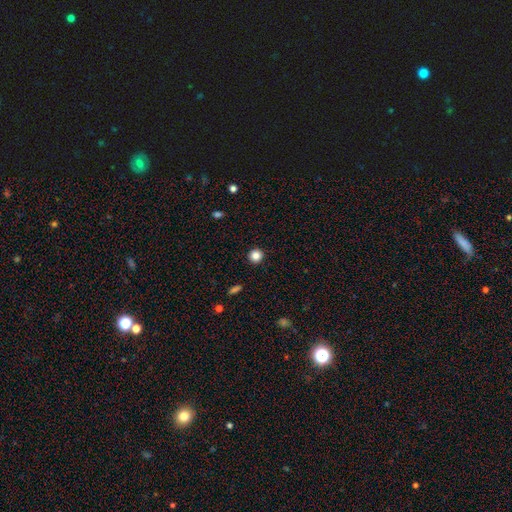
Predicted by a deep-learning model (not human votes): smooth-or-featured: smooth: 85% | star or artifact: 11% | featured or disk: 4%
  how-rounded: round: 95% | in between: 5% | cigar-shaped: 1%
  merging: none: 92% | minor disturbance: 5% | major disturbance: 2% | merger: 1%